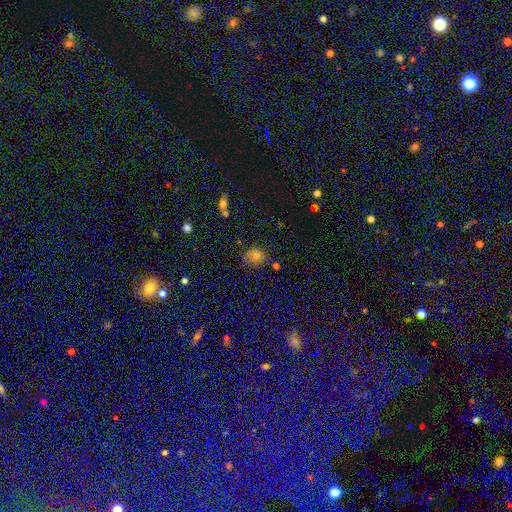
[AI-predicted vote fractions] Morphology: type=smooth (60%); roundness=round (65%); merging=none (76%).